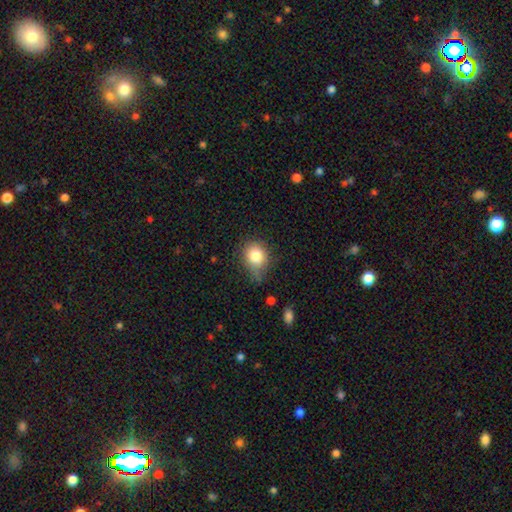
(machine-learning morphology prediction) A smooth galaxy with no disk features (81%) that is round (71%). Merging: none (54%).